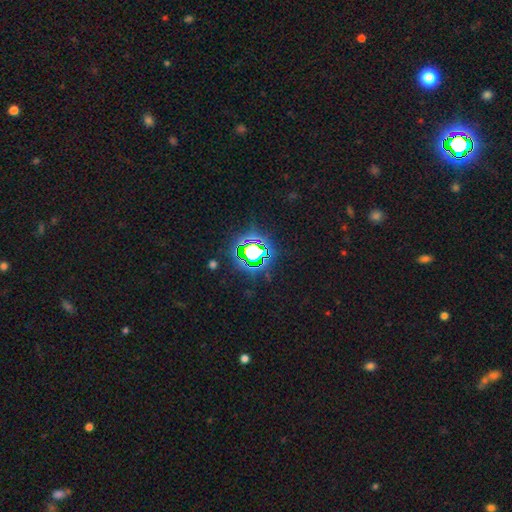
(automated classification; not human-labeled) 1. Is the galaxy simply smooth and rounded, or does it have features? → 71% star or artifact, 18% smooth, 11% featured or disk.